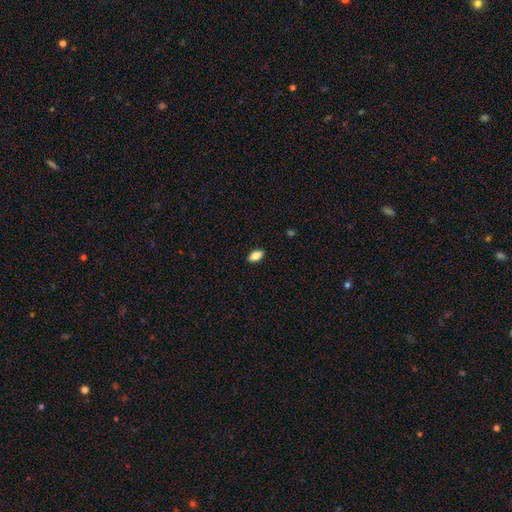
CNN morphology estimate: Overall: smooth (84%). How rounded: in between (91%). Merging: none (89%).